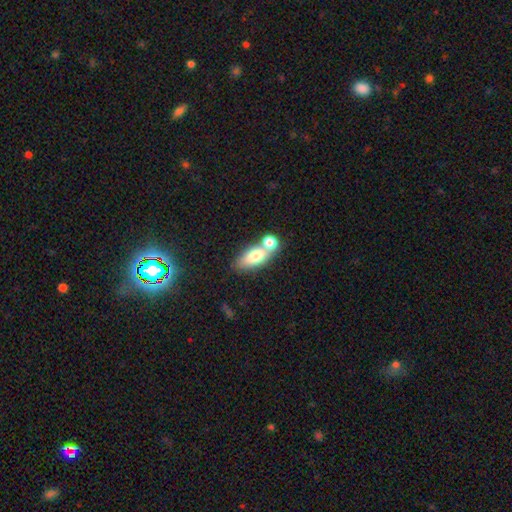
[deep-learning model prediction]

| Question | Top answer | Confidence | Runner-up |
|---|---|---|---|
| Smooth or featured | smooth | 72% | featured or disk (20%) |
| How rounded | in between | 76% | cigar-shaped (15%) |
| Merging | merger | 49% | none (38%) |